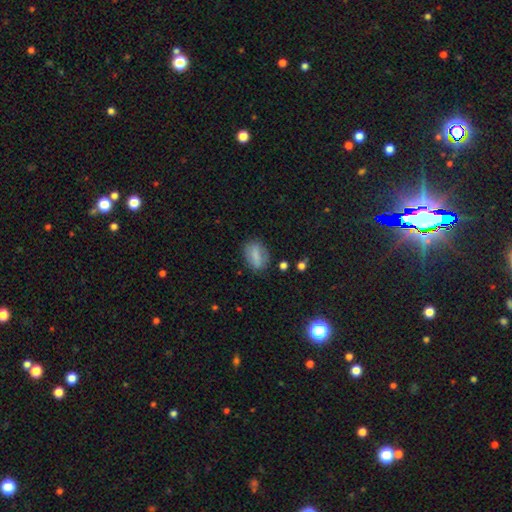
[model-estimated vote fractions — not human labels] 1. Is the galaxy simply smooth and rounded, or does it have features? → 74% smooth, 17% featured or disk, 9% star or artifact.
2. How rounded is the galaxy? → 79% in between, 15% round, 6% cigar-shaped.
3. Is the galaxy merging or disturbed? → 74% none, 18% minor disturbance, 6% major disturbance, 2% merger.